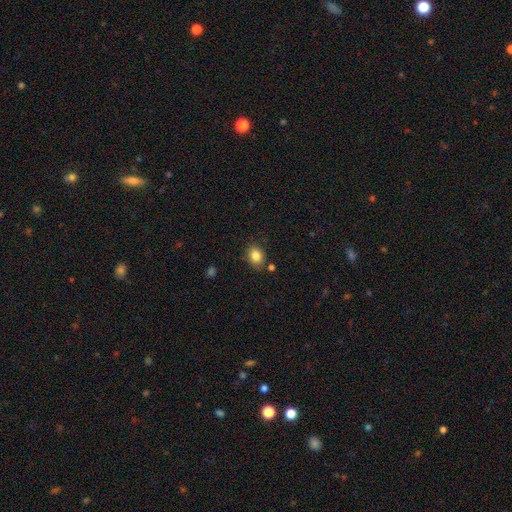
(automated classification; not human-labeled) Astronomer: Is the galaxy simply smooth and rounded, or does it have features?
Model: smooth — 83%.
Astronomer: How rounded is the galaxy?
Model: in between — 56% (runner-up: round, 43%).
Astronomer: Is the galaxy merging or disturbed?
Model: none — 81%.